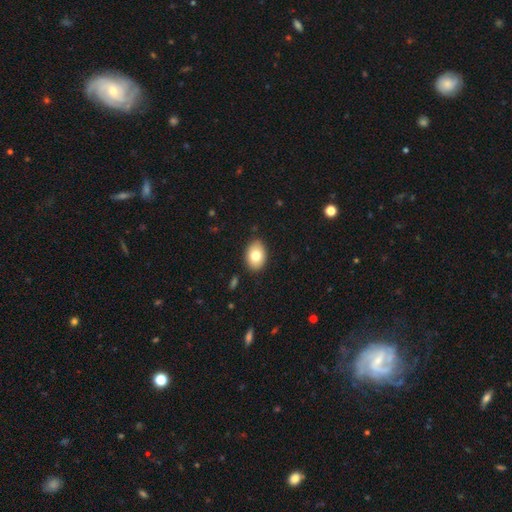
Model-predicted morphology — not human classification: Smooth or featured? Predicted: smooth (p=0.77). How rounded? Predicted: in between (p=0.81). Merging? Predicted: none (p=0.87).